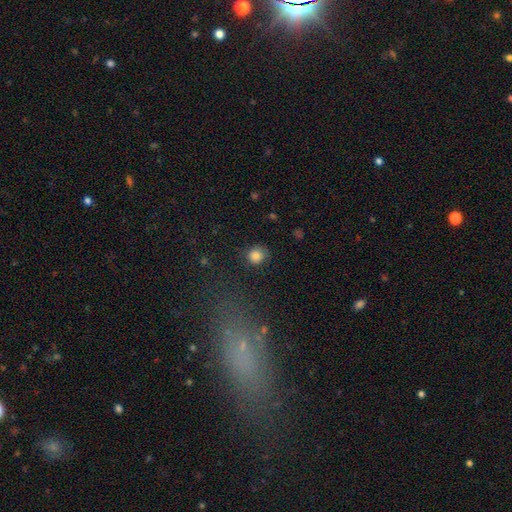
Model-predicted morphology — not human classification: Overall: smooth (84%). How rounded: round (91%). Merging: none (84%).